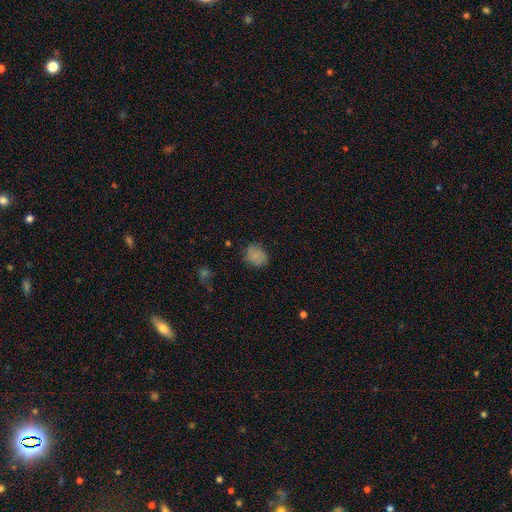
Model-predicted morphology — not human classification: smooth_or_featured: smooth (p=0.80) [alt: star or artifact p=0.11]
how_rounded: round (p=0.54) [alt: in between p=0.45]
merging: none (p=0.75) [alt: minor disturbance p=0.18]